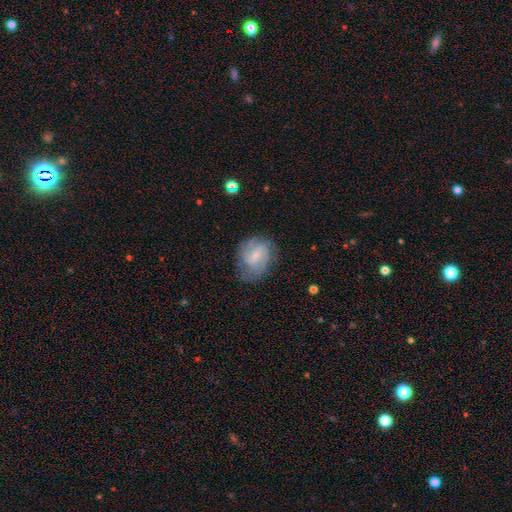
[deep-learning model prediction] smooth-or-featured: featured or disk: 55% | smooth: 38% | star or artifact: 8%
  disk-edge-on: no: 97% | yes: 3%
    bar: weak: 51% | no: 38% | strong: 11%
    has-spiral-arms: yes: 80% | no: 20%
    bulge-size: small: 50% | moderate: 30% | none: 16% | large: 3% | dominant: 1%
  merging: none: 61% | minor disturbance: 25% | major disturbance: 13% | merger: 2%